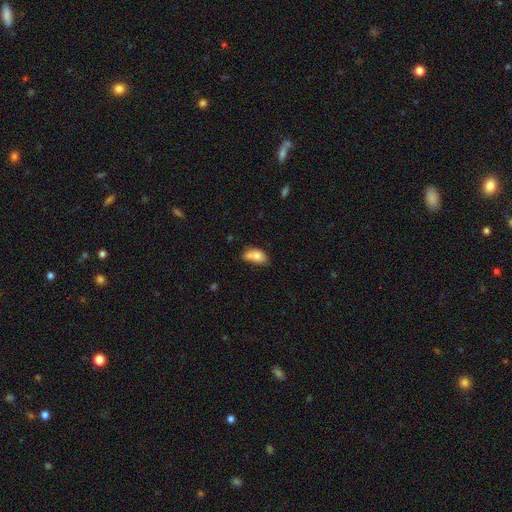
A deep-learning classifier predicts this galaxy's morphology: Smooth or featured? Predicted: smooth (p=0.78). How rounded? Predicted: in between (p=0.88). Merging? Predicted: none (p=0.37).